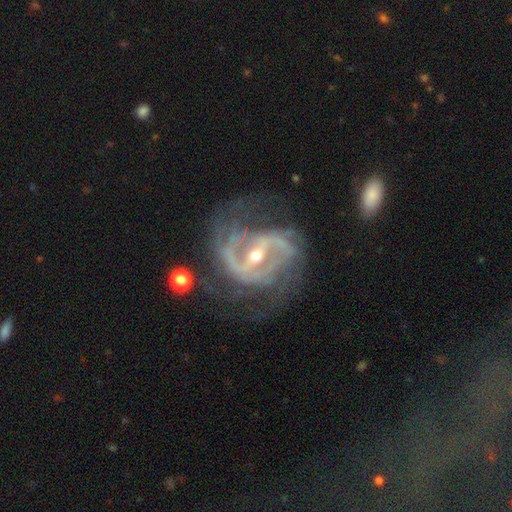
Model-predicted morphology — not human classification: Smooth or featured? Predicted: featured or disk (p=0.91). Edge-on disk? Predicted: no (p=0.97). Bar? Predicted: strong (p=0.59). Spiral arms? Predicted: yes (p=0.96). Spiral winding? Predicted: medium (p=0.51). Spiral arm count? Predicted: 2 (p=0.63). Bulge size? Predicted: small (p=0.55). Merging? Predicted: none (p=0.56).